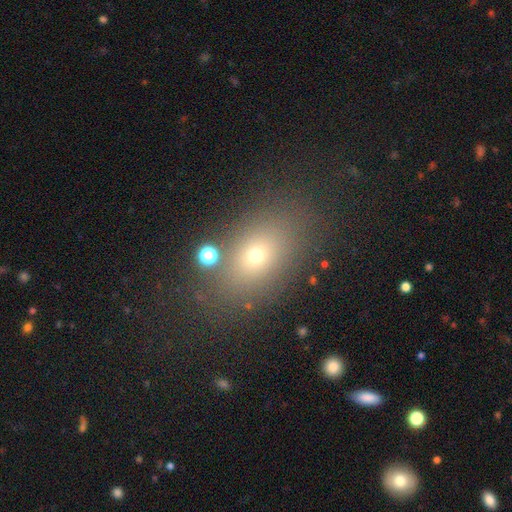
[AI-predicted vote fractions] This is likely a smooth galaxy (65%). How rounded: likely in between (72%). Merging: likely none (78%).